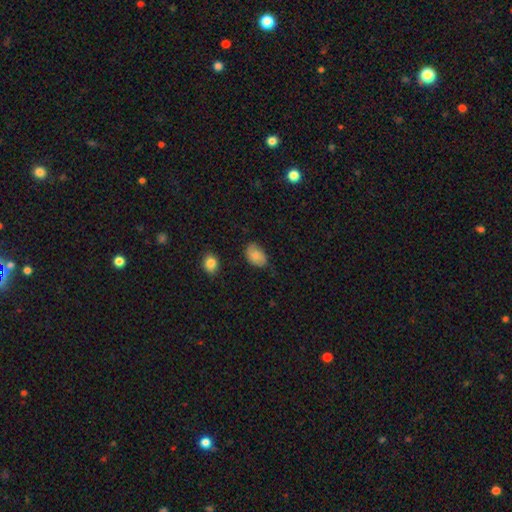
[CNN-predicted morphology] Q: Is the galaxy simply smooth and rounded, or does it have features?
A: smooth — 82%.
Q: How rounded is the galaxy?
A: in between — 88%.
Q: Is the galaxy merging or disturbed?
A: none — 69%.